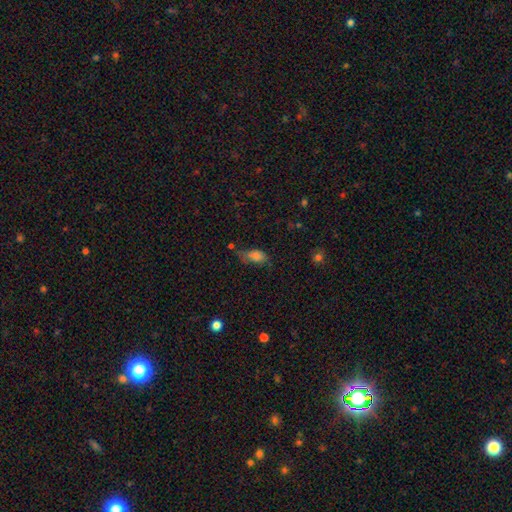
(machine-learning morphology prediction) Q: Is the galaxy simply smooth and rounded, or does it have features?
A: smooth — 74%.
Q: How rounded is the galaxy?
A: in between — 87%.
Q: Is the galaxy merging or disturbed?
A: none — 39%.